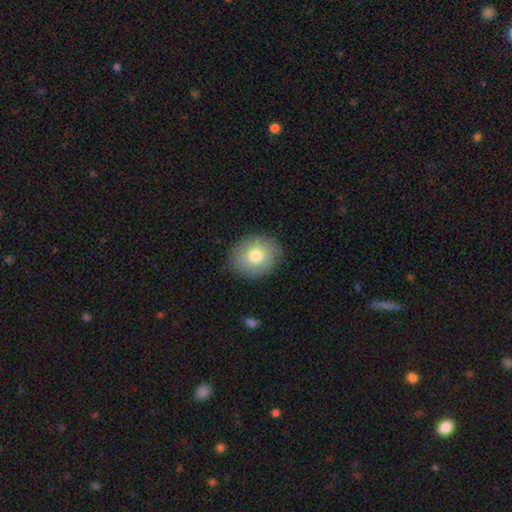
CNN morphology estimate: This appears to be a smooth galaxy with no disk features (76%) that is round (67%). Merging: none (85%).